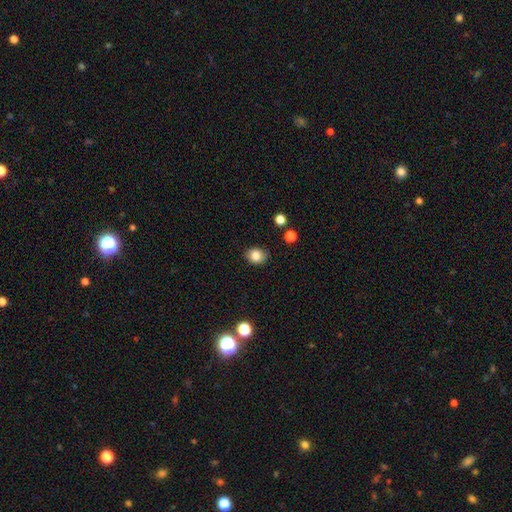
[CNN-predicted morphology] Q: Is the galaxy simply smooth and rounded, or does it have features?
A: smooth — 84%.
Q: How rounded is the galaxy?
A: round — 60%.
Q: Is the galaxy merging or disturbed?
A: none — 85%.